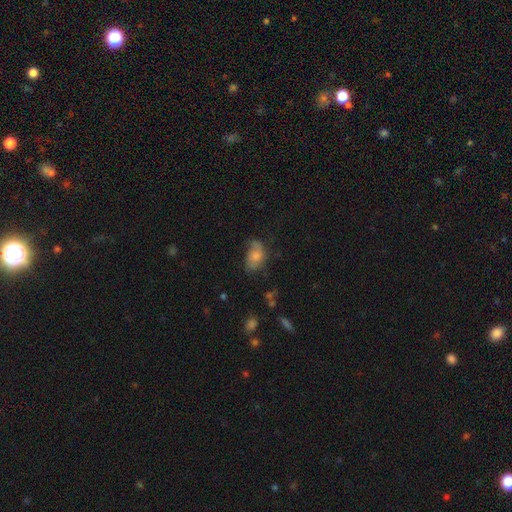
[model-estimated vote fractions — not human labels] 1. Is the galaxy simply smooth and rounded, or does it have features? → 68% smooth, 23% featured or disk, 9% star or artifact.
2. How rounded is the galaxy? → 86% in between, 12% round, 2% cigar-shaped.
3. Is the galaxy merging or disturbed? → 46% none, 33% minor disturbance, 18% major disturbance, 3% merger.